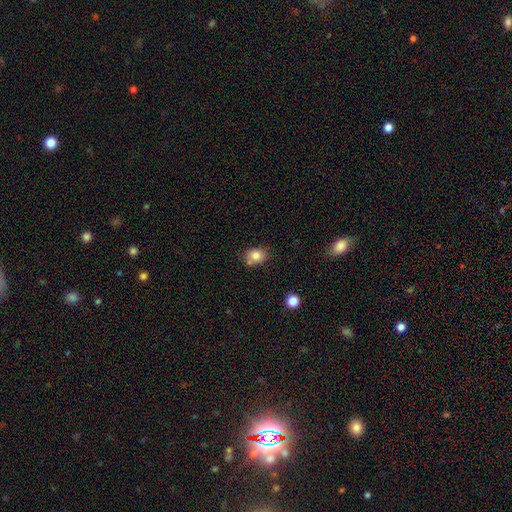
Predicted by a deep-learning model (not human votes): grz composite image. It shows a smooth galaxy with no disk features (81%) that is in between round and cigar-shaped (54%). Merging: none (69%).